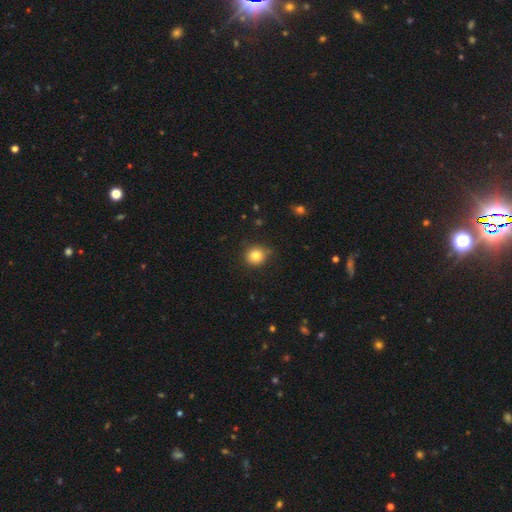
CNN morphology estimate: Smooth or featured? smooth (83%)
How rounded? round (85%)
Merging? none (83%)